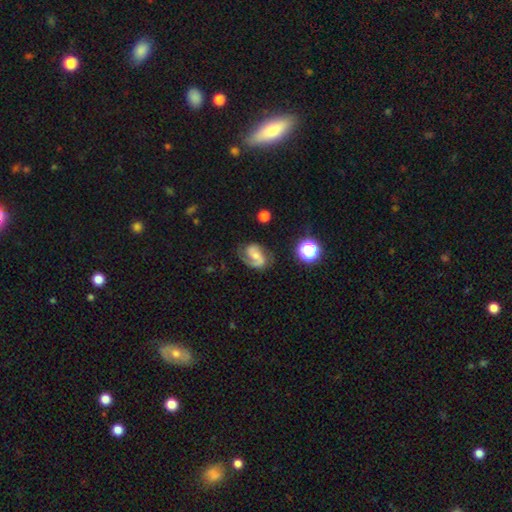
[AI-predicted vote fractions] The model was most divided on "bar": no: 42%, weak: 41%, strong: 17%. Remaining: edge-on disk — no (97%); spiral arms — yes (95%); smooth or featured — featured or disk (77%); spiral arm count — 2 (76%); merging — none (64%); spiral winding — medium (50%); bulge size — small (47%).